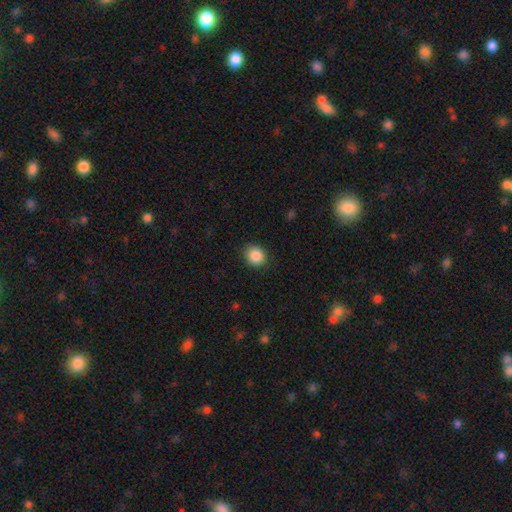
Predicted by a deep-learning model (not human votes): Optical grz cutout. It shows a smooth galaxy with no disk features (88%) that is round (79%). Merging: none (88%).